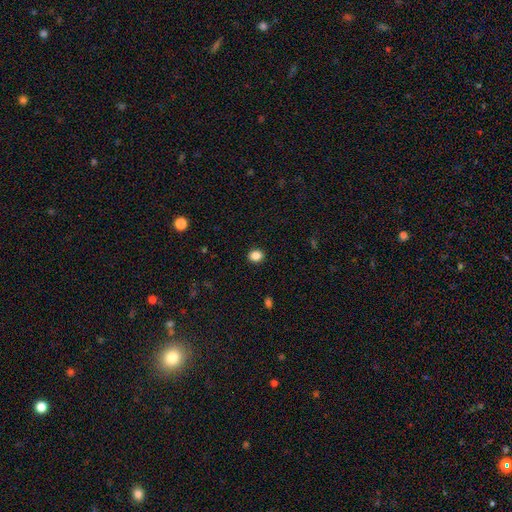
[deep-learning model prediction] smooth 86%, star or artifact 11%, featured or disk 4%. Down the decision tree: how rounded — round (64%); merging — none (91%).